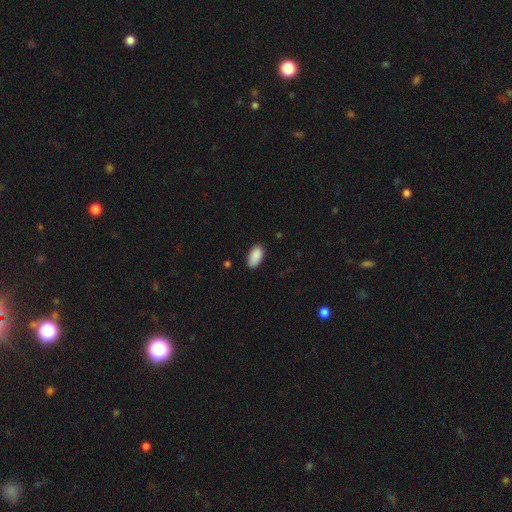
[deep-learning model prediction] Smooth or featured? Predicted: smooth (p=0.90). How rounded? Predicted: in between (p=0.95). Merging? Predicted: none (p=0.83).